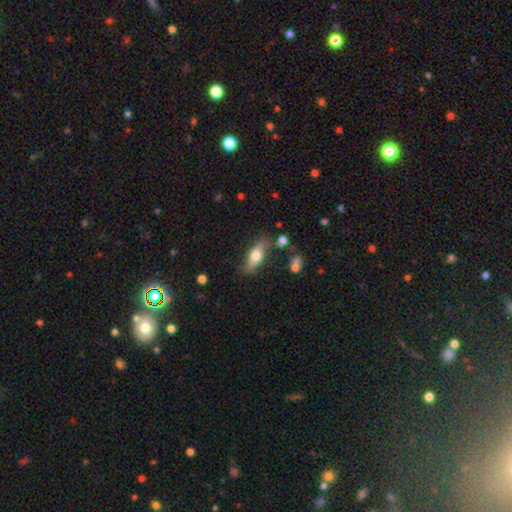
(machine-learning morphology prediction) A smooth galaxy with no disk features (59%) that is in between round and cigar-shaped (60%). Merging: none (73%).